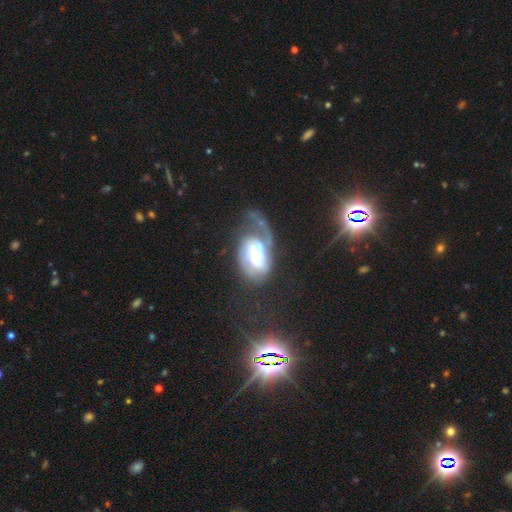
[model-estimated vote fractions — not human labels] featured or disk 74%, smooth 19%, star or artifact 6%. Down the decision tree: edge-on disk — no (96%); bar — weak (44%); spiral arms — yes (85%); spiral arm count — 2 (42%); spiral winding — medium (37%); bulge size — moderate (57%); merging — major disturbance (47%).